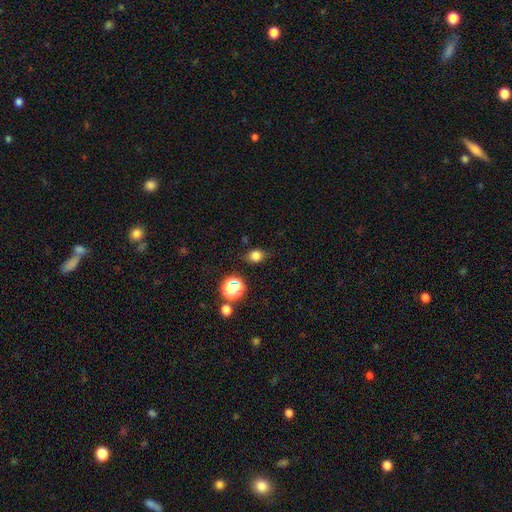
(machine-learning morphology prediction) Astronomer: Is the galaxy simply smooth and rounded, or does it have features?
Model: smooth — 77%.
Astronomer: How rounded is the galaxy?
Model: round — 52% (runner-up: in between, 46%).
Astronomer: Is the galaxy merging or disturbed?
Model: none — 76%.